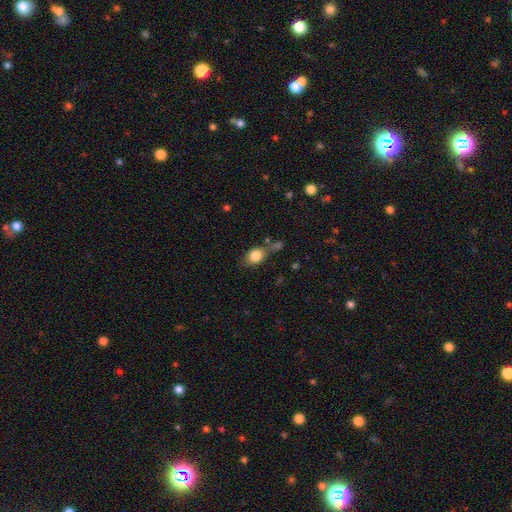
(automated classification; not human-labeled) A smooth galaxy with no disk features (83%) that is in between round and cigar-shaped (63%). Merging: none (50%).